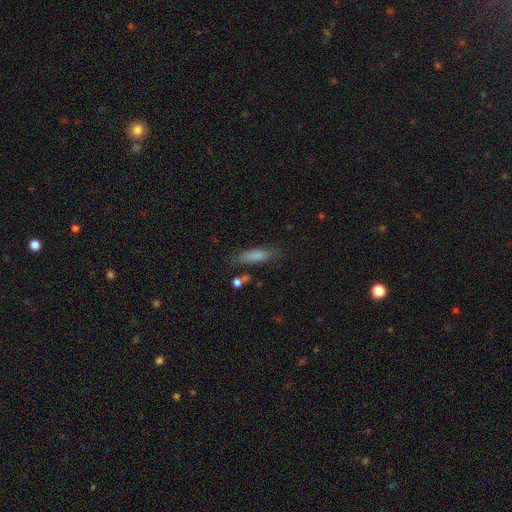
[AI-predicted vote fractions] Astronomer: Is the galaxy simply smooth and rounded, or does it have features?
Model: smooth — 77%.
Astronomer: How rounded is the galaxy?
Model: cigar-shaped — 67%.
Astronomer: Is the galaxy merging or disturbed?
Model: none — 77%.